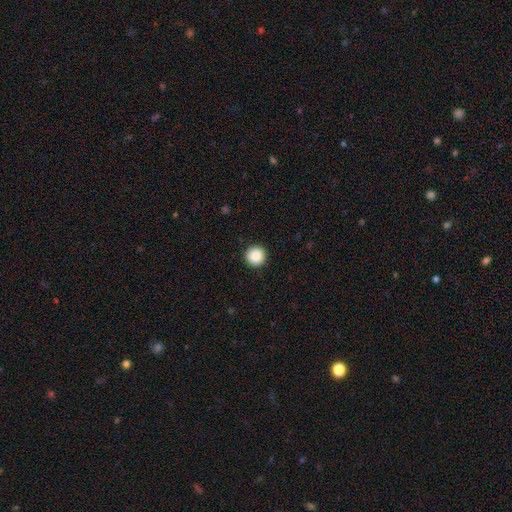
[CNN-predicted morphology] Smooth or featured: smooth — 88% (star or artifact — 9%)
How rounded: round — 96% (in between — 3%)
Merging: none — 93% (minor disturbance — 4%)